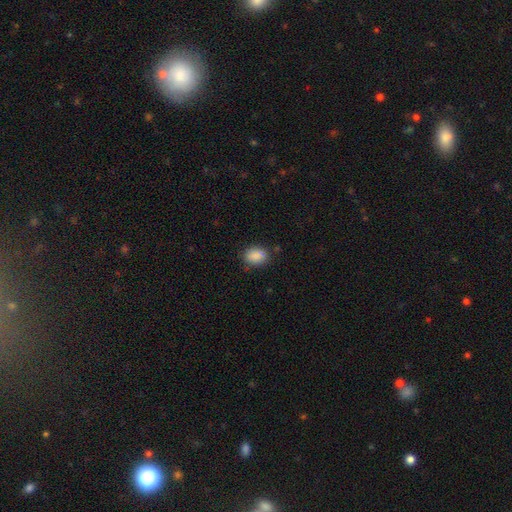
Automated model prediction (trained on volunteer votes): Smooth or featured?
  - smooth: 87% *
  - star or artifact: 8%
  - featured or disk: 5%
How rounded?
  - in between: 66% *
  - round: 33%
  - cigar-shaped: 1%
Merging?
  - none: 76% *
  - minor disturbance: 18%
  - major disturbance: 4%
  - merger: 3%